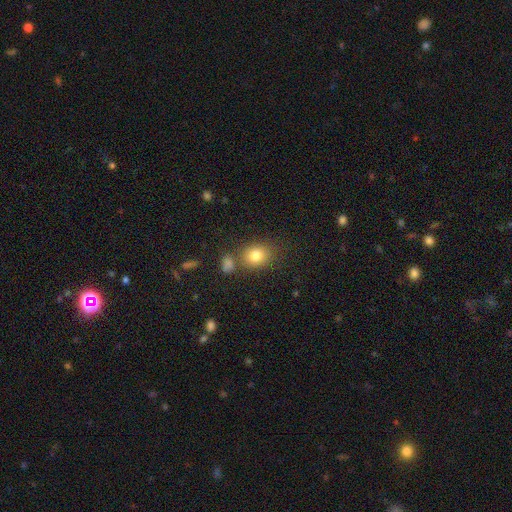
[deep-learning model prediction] Overall: smooth (80%). How rounded: round (58%; in between 41%). Merging: none (70%).